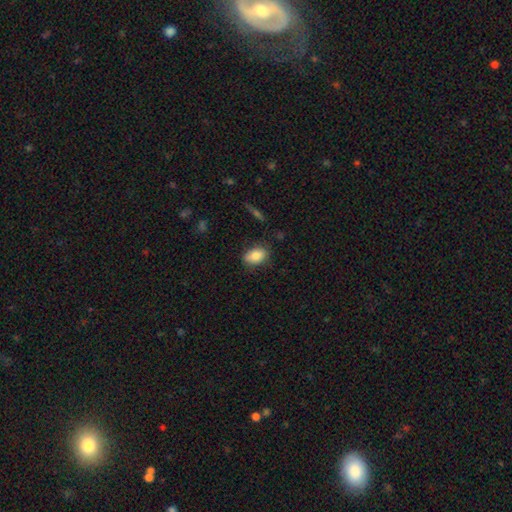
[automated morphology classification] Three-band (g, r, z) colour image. It shows a smooth galaxy with no disk features (83%) that is in between round and cigar-shaped (85%). Merging: none (78%).